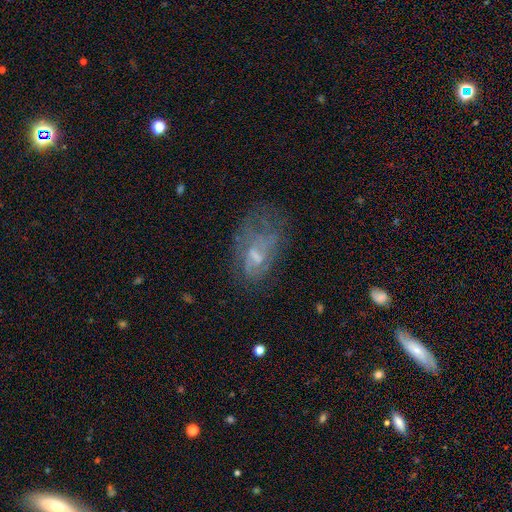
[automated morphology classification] Smooth or featured? Predicted: featured or disk (p=0.50). Edge-on disk? Predicted: no (p=0.95). Merging? Predicted: none (p=0.39).